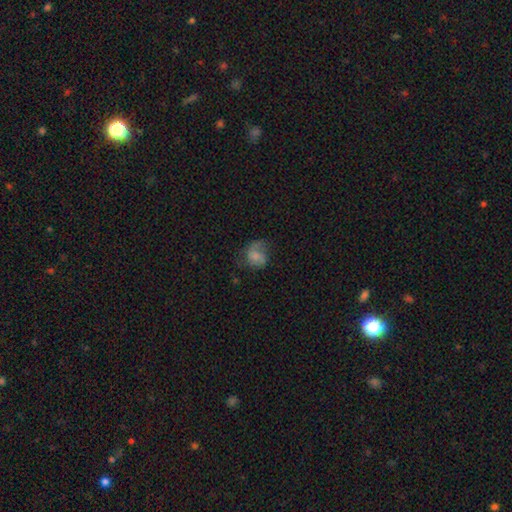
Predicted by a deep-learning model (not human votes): Overall: smooth (54%; featured or disk 35%). How rounded: round (56%; in between 43%). Merging: none (42%; minor disturbance 28%).